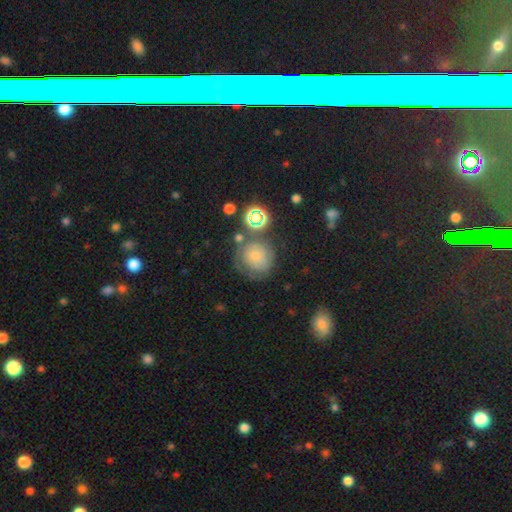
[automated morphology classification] This is likely a smooth galaxy (62%). How rounded: clearly round (87%). Merging: possibly none (58%).